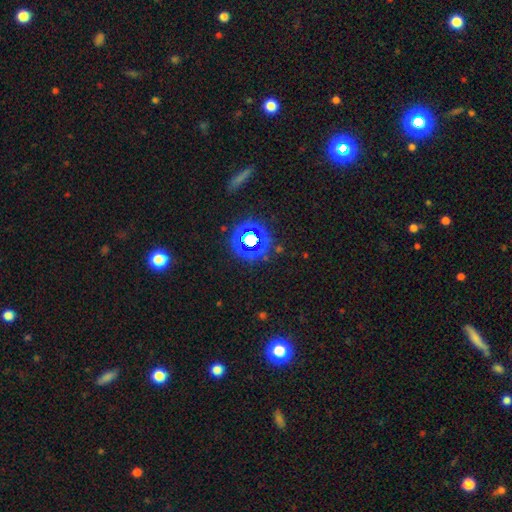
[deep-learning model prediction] A star or artifact, not a galaxy (51%).

Vote fractions:
- Smooth or featured? star or artifact: 51% / smooth: 42% / featured or disk: 7%